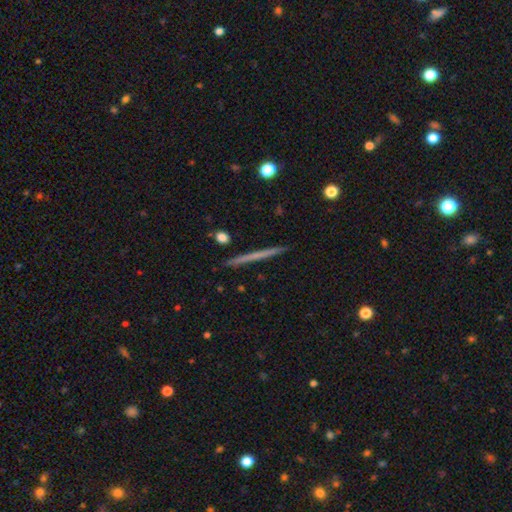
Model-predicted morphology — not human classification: type=featured or disk (49%); merging=none (92%).